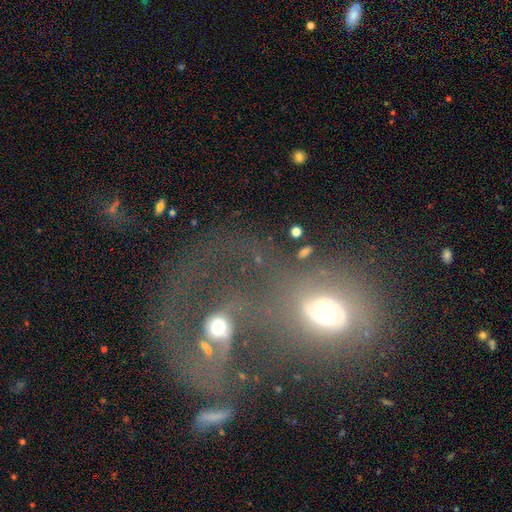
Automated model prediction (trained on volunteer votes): featured or disk 52%, smooth 31%, star or artifact 17%. Down the decision tree: edge-on disk — no (95%); merging — merger (52%).